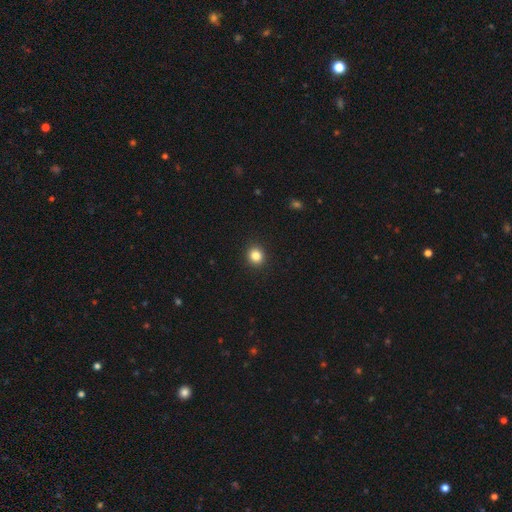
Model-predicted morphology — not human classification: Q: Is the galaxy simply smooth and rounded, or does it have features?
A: smooth — 84%.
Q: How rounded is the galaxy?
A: round — 84%.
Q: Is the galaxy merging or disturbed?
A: none — 92%.